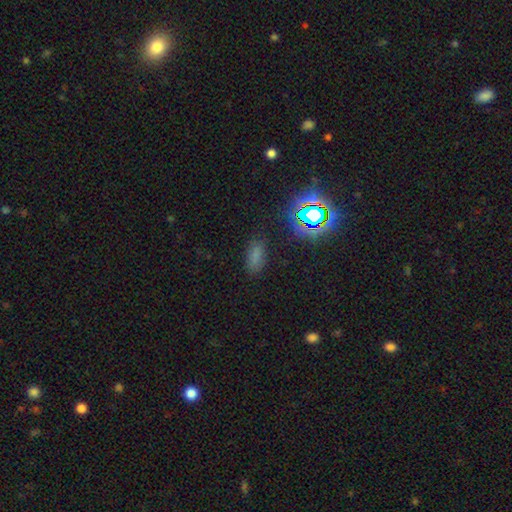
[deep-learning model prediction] Overall: smooth (65%; star or artifact 27%). How rounded: in between (83%). Merging: none (80%).